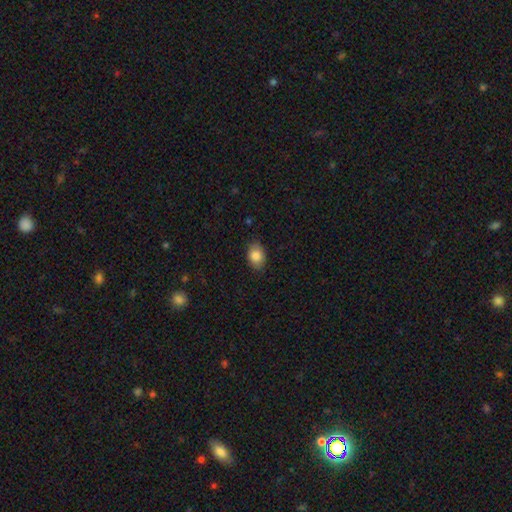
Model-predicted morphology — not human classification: type=smooth (85%); roundness=in between (81%); merging=none (83%).